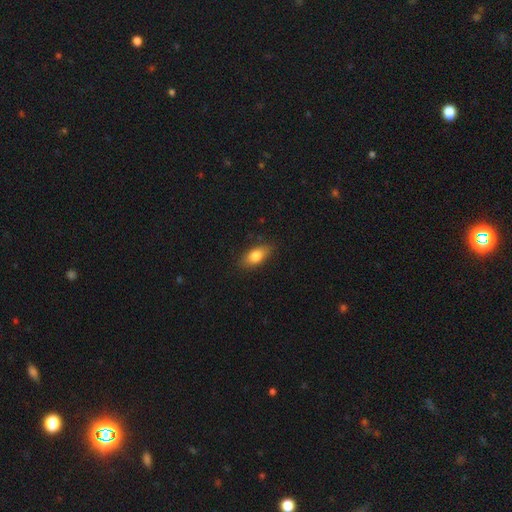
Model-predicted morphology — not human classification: smooth 80%, featured or disk 12%, star or artifact 7%. Down the decision tree: how rounded — in between (85%); merging — none (83%).